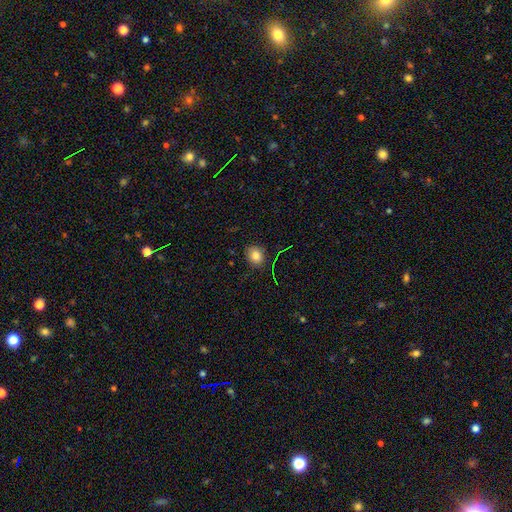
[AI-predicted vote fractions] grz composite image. It shows a smooth galaxy with no disk features (80%) that is round (65%). Merging: none (85%).